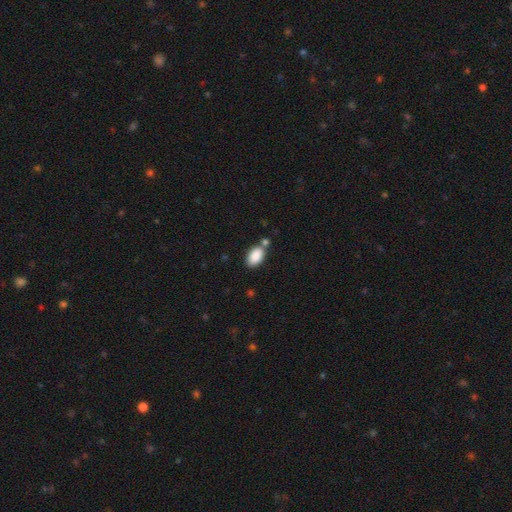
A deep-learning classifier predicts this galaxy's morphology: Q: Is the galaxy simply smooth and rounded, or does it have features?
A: smooth — 88%.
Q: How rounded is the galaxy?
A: in between — 93%.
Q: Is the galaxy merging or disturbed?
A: none — 65%.